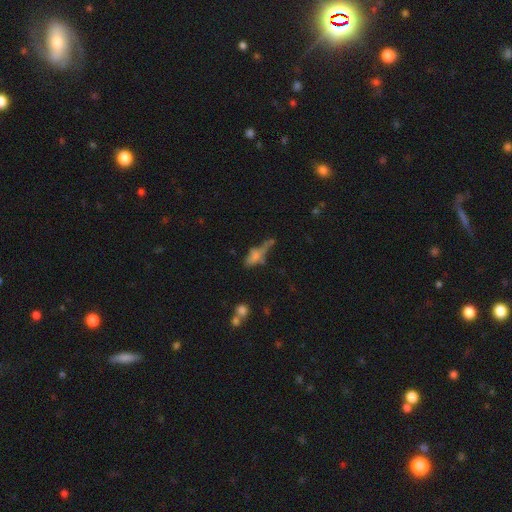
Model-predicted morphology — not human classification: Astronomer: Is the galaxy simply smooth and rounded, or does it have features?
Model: smooth — 51% (runner-up: featured or disk, 33%).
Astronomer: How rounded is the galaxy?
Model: in between — 53% (runner-up: cigar-shaped, 40%).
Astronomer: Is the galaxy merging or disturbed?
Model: none — 32% (runner-up: major disturbance, 25%).